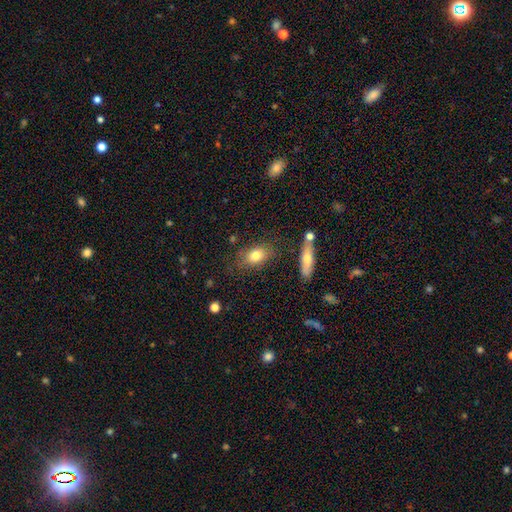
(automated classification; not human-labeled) A smooth galaxy with no disk features (78%) that is in between round and cigar-shaped (79%). Merging: none (74%).